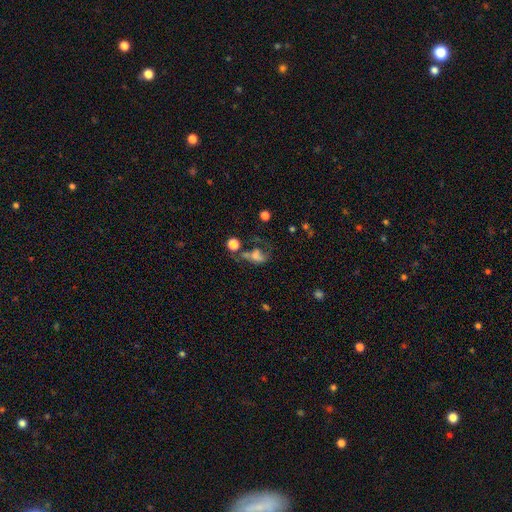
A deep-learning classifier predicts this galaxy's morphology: A smooth galaxy with no disk features (48%). Merging: major disturbance (41%).